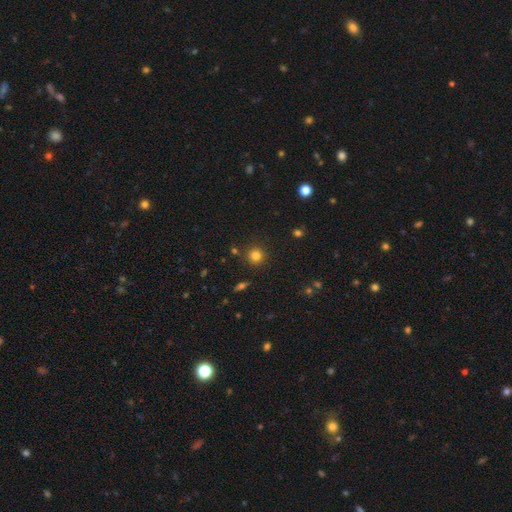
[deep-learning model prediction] Overall: smooth (81%). How rounded: round (93%). Merging: none (87%).